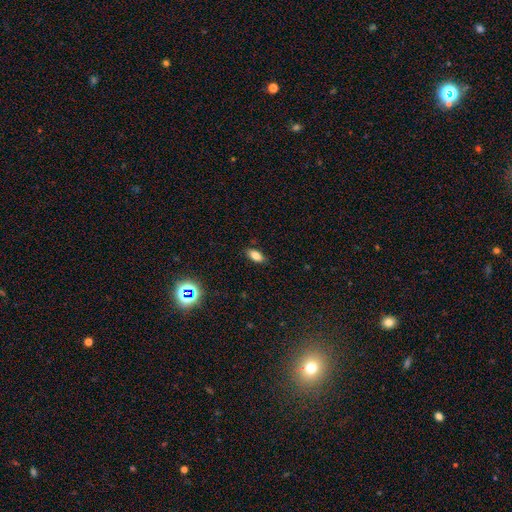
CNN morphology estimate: A smooth galaxy with no disk features (80%) that is in between round and cigar-shaped (87%).

Vote fractions:
- Smooth or featured? smooth: 80% / star or artifact: 11% / featured or disk: 9%
- How rounded? in between: 87% / cigar-shaped: 9% / round: 4%
- Merging? none: 86% / minor disturbance: 11% / major disturbance: 2% / merger: 1%